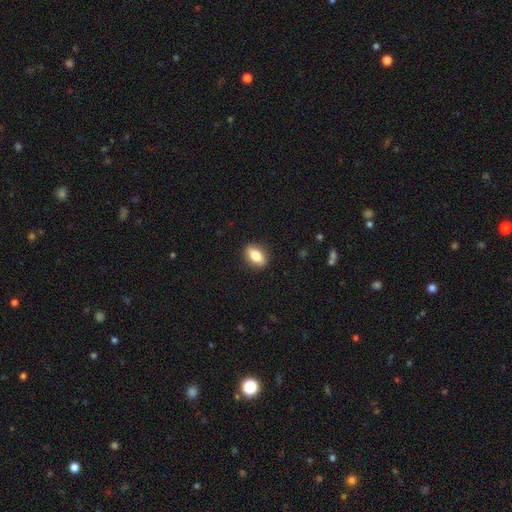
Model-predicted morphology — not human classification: This is likely a smooth galaxy (77%). How rounded: clearly in between (81%). Merging: clearly none (88%).